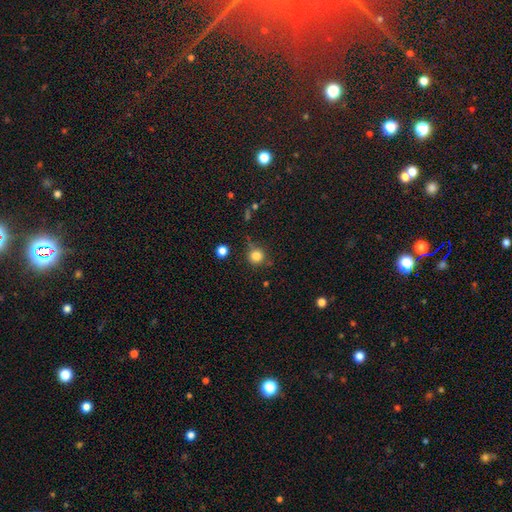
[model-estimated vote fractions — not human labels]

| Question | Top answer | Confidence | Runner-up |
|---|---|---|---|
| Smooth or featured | smooth | 81% | star or artifact (13%) |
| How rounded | round | 93% | in between (6%) |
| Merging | none | 76% | minor disturbance (14%) |